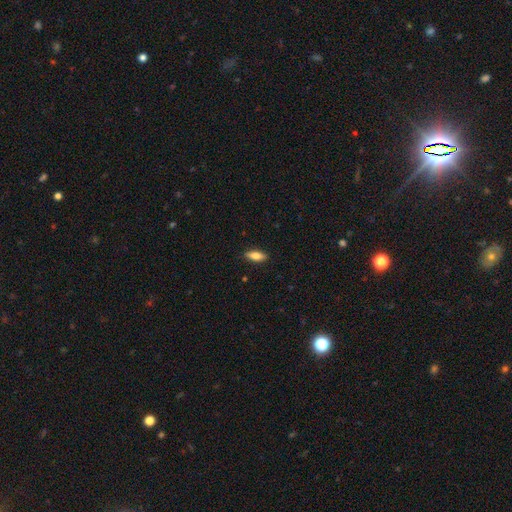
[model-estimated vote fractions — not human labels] This is likely a smooth galaxy (74%). How rounded: likely in between (65%). Merging: clearly none (88%).